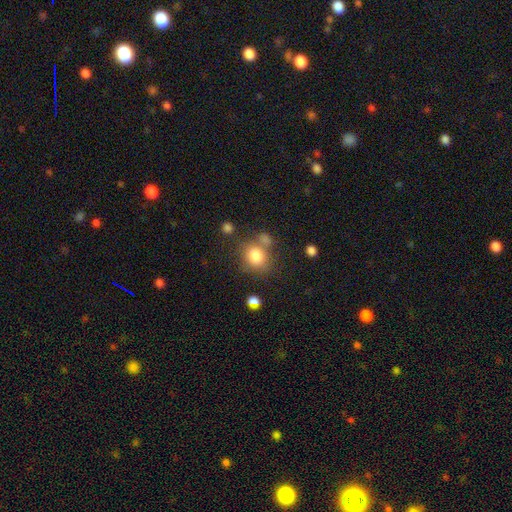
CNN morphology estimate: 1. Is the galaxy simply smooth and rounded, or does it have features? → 81% smooth, 11% star or artifact, 8% featured or disk.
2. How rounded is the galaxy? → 73% round, 27% in between, 1% cigar-shaped.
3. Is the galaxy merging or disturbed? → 63% none, 17% merger, 14% minor disturbance, 6% major disturbance.